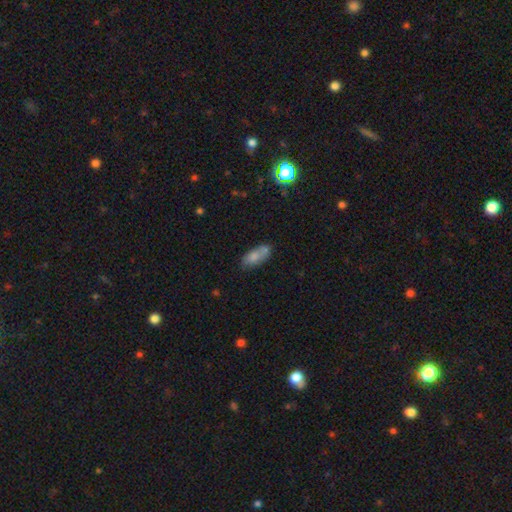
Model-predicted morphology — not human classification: Q: Smooth or featured?
A: smooth (73%); runner-up: featured or disk (18%)
Q: How rounded?
A: in between (83%); runner-up: cigar-shaped (14%)
Q: Merging?
A: none (55%); runner-up: minor disturbance (22%)